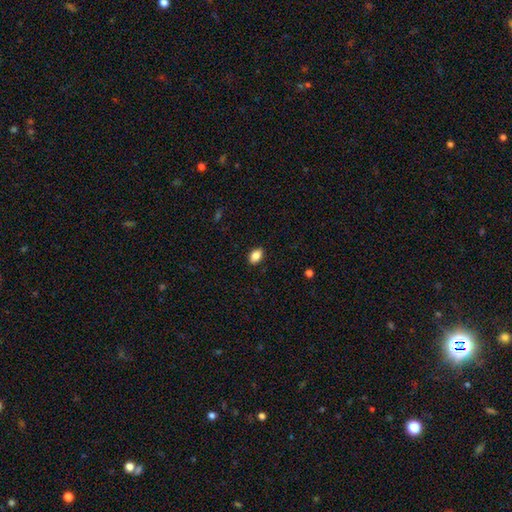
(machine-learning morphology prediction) Overall: smooth (87%). How rounded: in between (85%). Merging: none (89%).